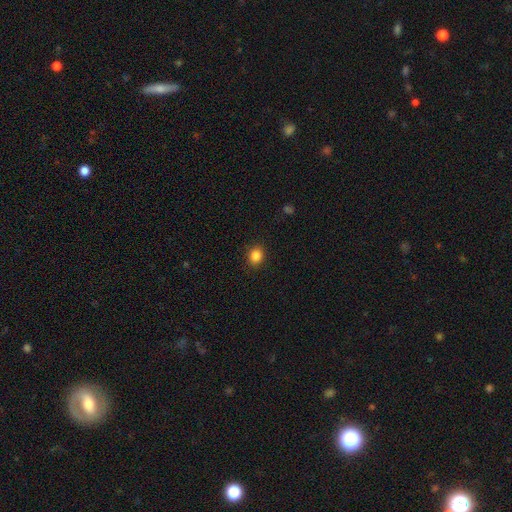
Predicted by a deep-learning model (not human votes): smooth 86%, star or artifact 11%, featured or disk 4%. Down the decision tree: how rounded — round (64%); merging — none (90%).